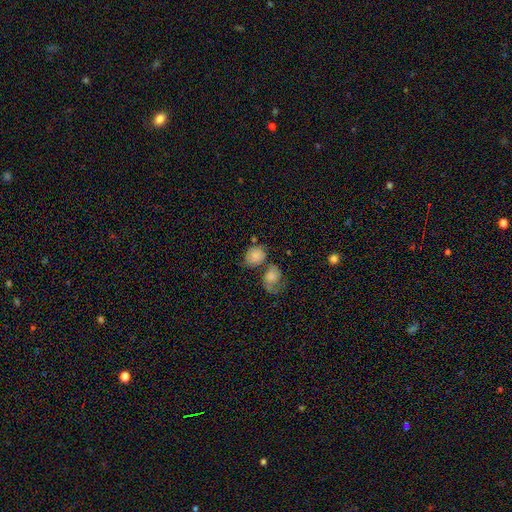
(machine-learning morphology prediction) Q: Smooth or featured?
A: smooth (75%); runner-up: featured or disk (16%)
Q: How rounded?
A: round (57%); runner-up: in between (42%)
Q: Merging?
A: none (44%); runner-up: merger (30%)